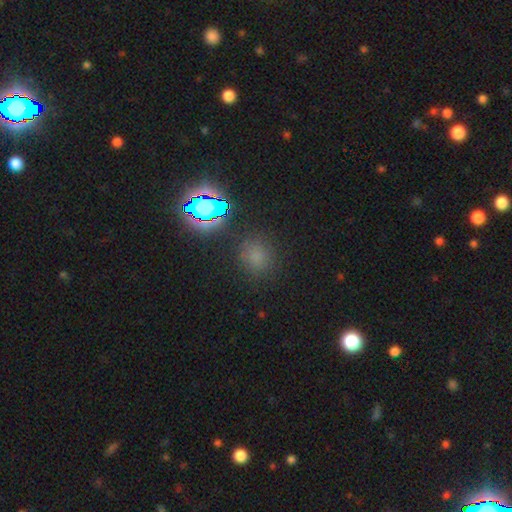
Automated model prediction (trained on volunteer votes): Smooth or featured? Predicted: smooth (p=0.61). How rounded? Predicted: round (p=0.81). Merging? Predicted: none (p=0.83).